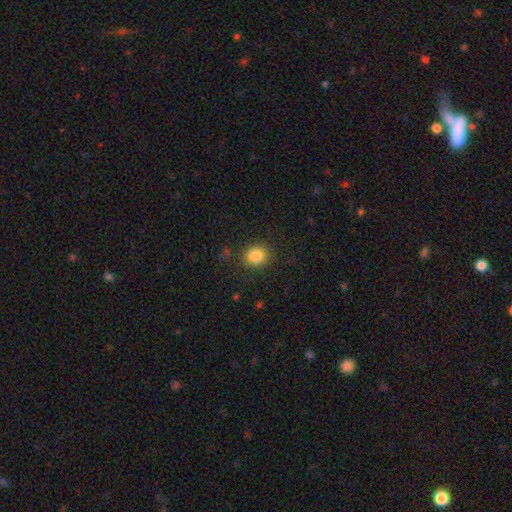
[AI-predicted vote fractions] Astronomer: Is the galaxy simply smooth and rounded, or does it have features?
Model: smooth — 85%.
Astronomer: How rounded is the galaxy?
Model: round — 73%.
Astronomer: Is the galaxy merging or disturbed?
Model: none — 85%.